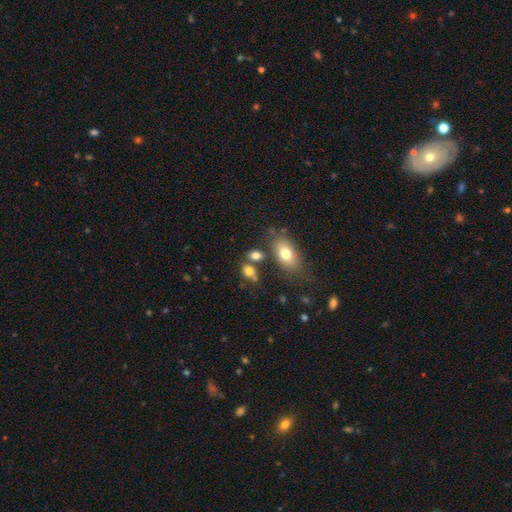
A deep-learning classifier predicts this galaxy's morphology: This appears to be a smooth galaxy with no disk features (79%) that is in between round and cigar-shaped (73%). Merging: none (59%).